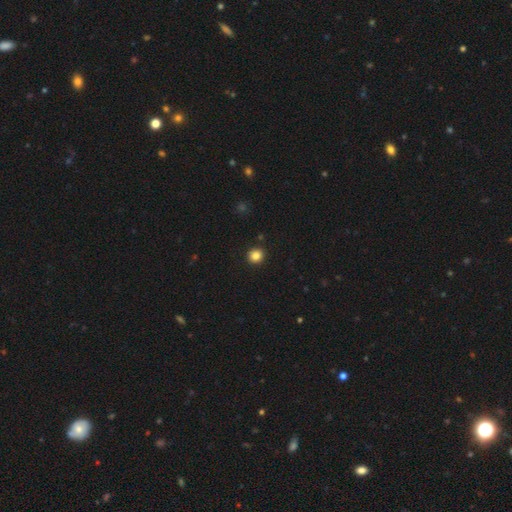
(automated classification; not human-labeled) Smooth or featured?
  - smooth: 85% *
  - star or artifact: 11%
  - featured or disk: 4%
How rounded?
  - round: 92% *
  - in between: 8%
  - cigar-shaped: 1%
Merging?
  - none: 93% *
  - minor disturbance: 4%
  - major disturbance: 2%
  - merger: 1%